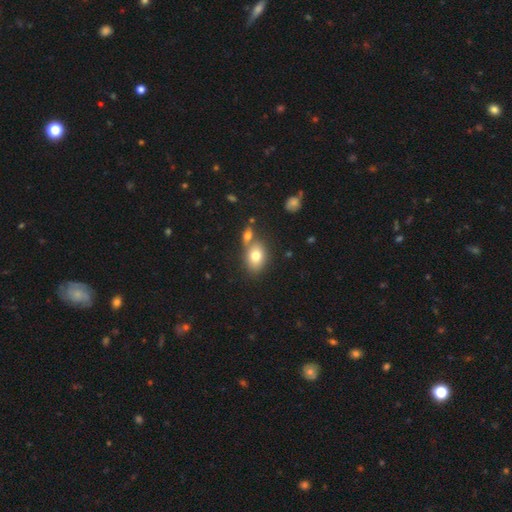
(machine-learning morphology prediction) A smooth galaxy with no disk features (77%) that is in between round and cigar-shaped (77%). Merging: none (52%).